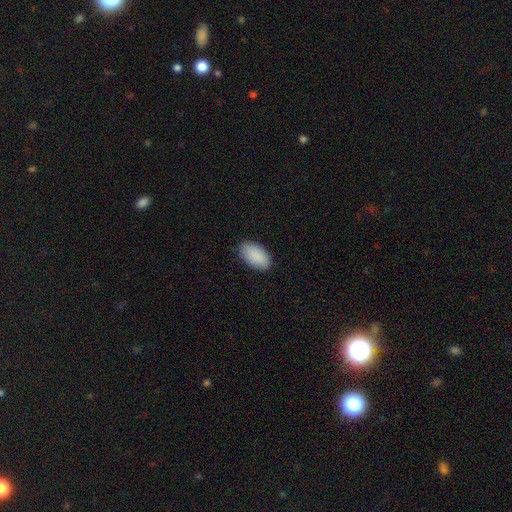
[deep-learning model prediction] smooth 91%, star or artifact 6%, featured or disk 4%. Down the decision tree: how rounded — in between (95%); merging — none (86%).